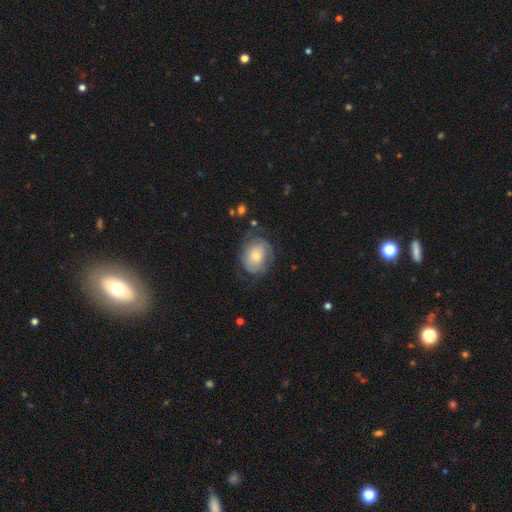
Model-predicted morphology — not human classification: Overall: featured or disk (50%; smooth 43%). Edge-on disk: no (97%). Merging: none (58%; minor disturbance 24%).